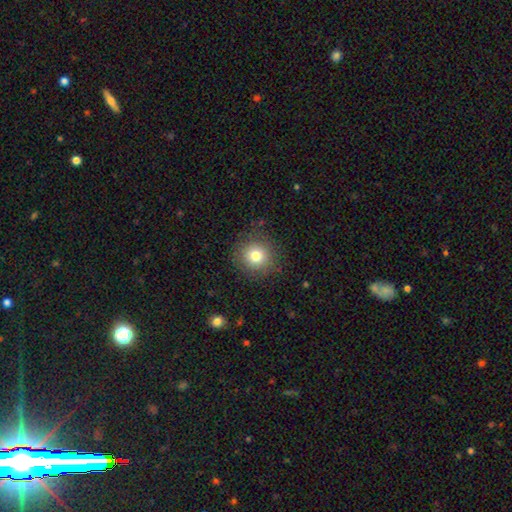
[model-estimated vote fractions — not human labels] This appears to be a smooth galaxy with no disk features (78%) that is round (93%). Merging: none (87%).